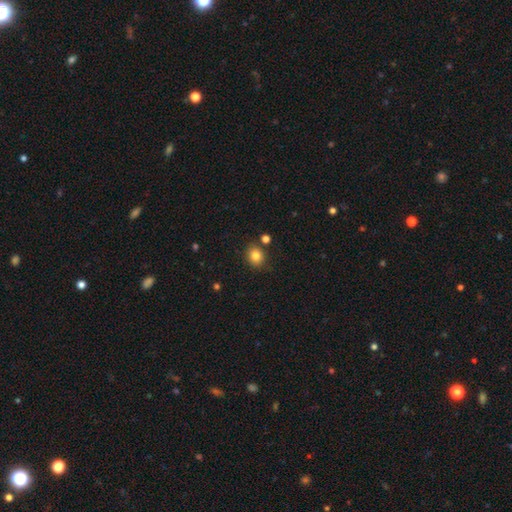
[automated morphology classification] Smooth or featured? smooth (82%)
How rounded? round (72%)
Merging? none (82%)